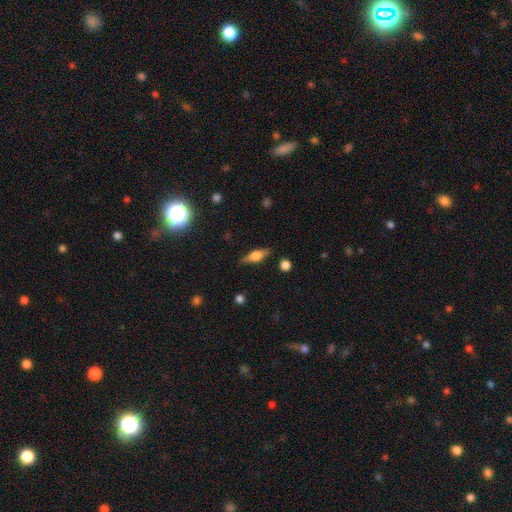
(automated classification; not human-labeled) smooth-or-featured: featured or disk: 54% | smooth: 38% | star or artifact: 8%
  disk-edge-on: yes: 94% | no: 6%
    edge-on-bulge: rounded: 87% | boxy: 11% | none: 2%
  merging: none: 85% | minor disturbance: 11% | major disturbance: 3% | merger: 2%